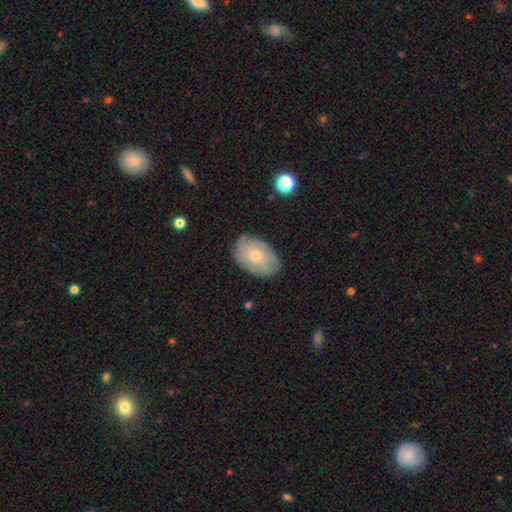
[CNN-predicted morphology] featured or disk 49%, smooth 44%, star or artifact 7%. Down the decision tree: merging — none (79%).